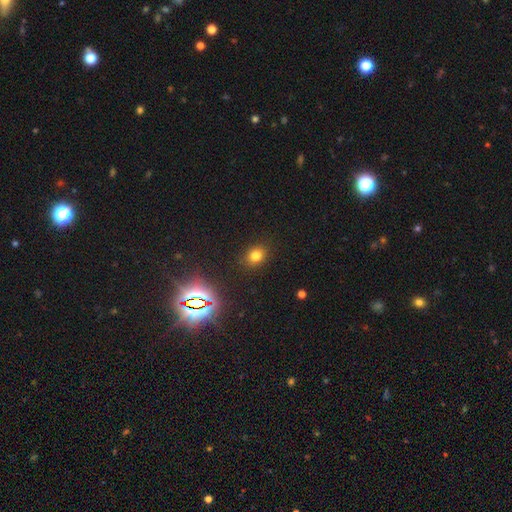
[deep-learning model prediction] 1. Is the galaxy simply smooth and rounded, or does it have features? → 75% smooth, 18% star or artifact, 7% featured or disk.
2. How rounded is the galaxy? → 57% round, 42% in between, 1% cigar-shaped.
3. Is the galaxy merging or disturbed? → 87% none, 9% minor disturbance, 3% major disturbance, 2% merger.